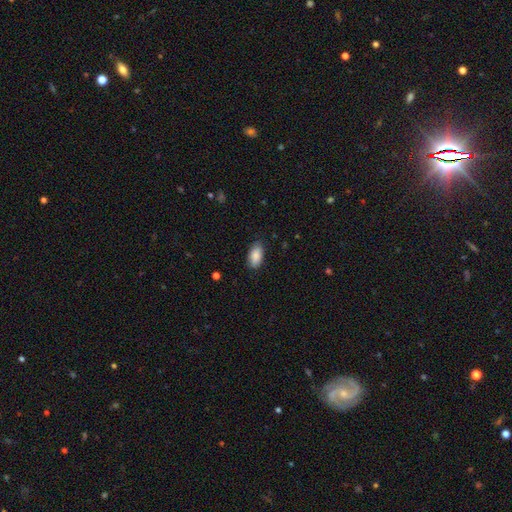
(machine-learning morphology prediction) type=smooth (88%); roundness=in between (93%); merging=none (83%).